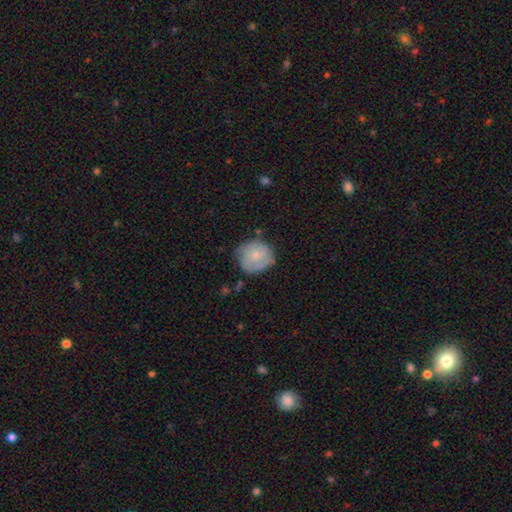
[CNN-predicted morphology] Overall: smooth (58%; featured or disk 35%). How rounded: round (82%). Merging: none (61%; minor disturbance 29%).